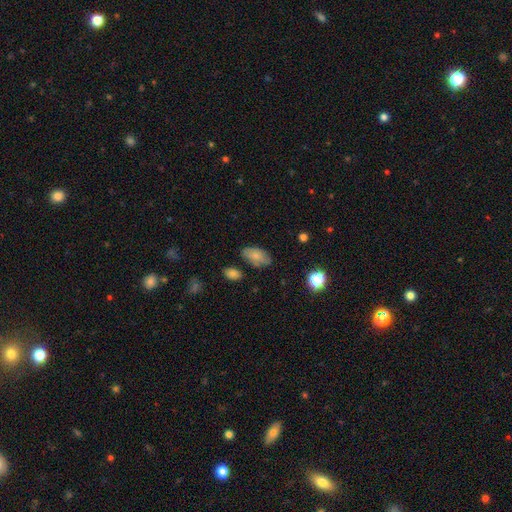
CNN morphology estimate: The model was most divided on "merging": none: 71%, minor disturbance: 20%, major disturbance: 5%, merger: 4%. More confident: how rounded — in between (93%); smooth or featured — smooth (74%).